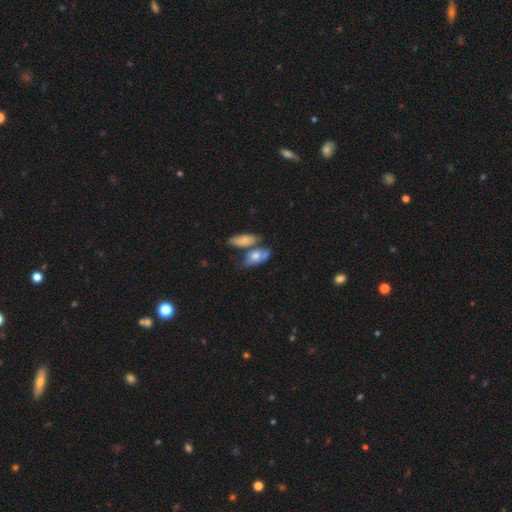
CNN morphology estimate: This is likely a smooth galaxy (64%). How rounded: clearly in between (82%). Merging: marginally merger (39%).